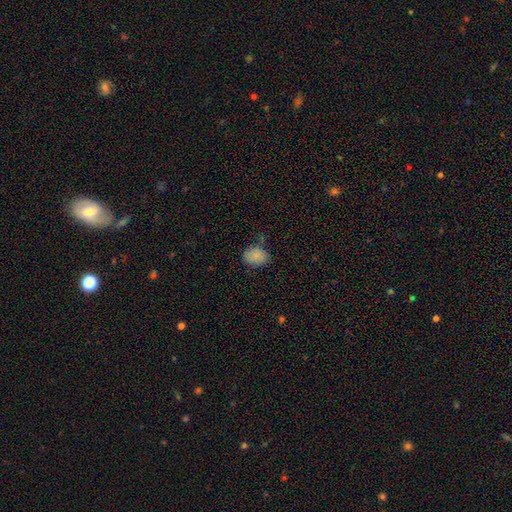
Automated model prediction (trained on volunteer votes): A smooth galaxy with no disk features (84%) that is in between round and cigar-shaped (61%).

Vote fractions:
- Smooth or featured? smooth: 84% / star or artifact: 9% / featured or disk: 6%
- How rounded? in between: 61% / round: 38% / cigar-shaped: 1%
- Merging? none: 72% / minor disturbance: 20% / major disturbance: 4% / merger: 4%